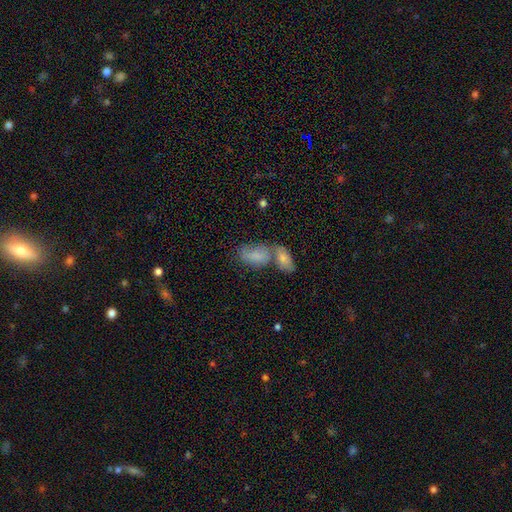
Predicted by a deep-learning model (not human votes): Smooth or featured?
  - smooth: 76% *
  - featured or disk: 16%
  - star or artifact: 8%
How rounded?
  - in between: 91% *
  - round: 5%
  - cigar-shaped: 4%
Merging?
  - merger: 58% *
  - none: 23%
  - minor disturbance: 12%
  - major disturbance: 7%